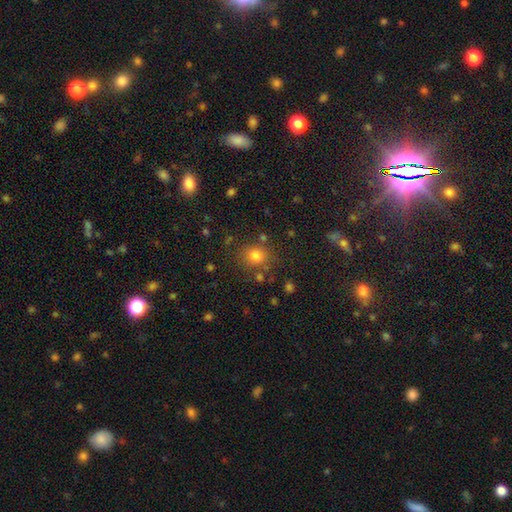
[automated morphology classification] smooth-or-featured: smooth: 77% | star or artifact: 16% | featured or disk: 7%
  how-rounded: round: 76% | in between: 23% | cigar-shaped: 1%
  merging: none: 77% | minor disturbance: 11% | merger: 7% | major disturbance: 5%